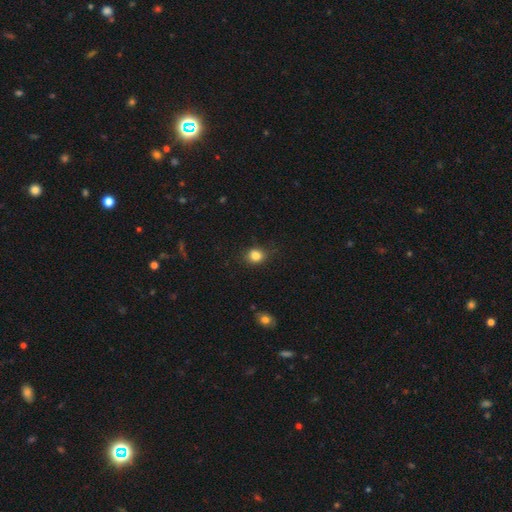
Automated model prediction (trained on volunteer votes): The model was most divided on "how rounded": round: 67%, in between: 32%, cigar-shaped: 1%. More confident: smooth or featured — smooth (83%); merging — none (75%).